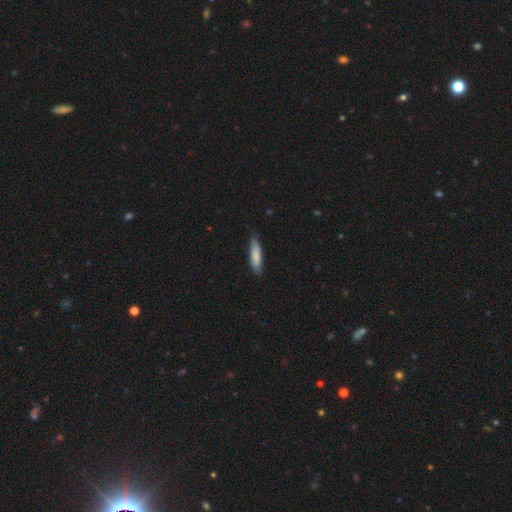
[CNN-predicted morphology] Smooth or featured? smooth (81%)
How rounded? cigar-shaped (69%)
Merging? none (79%)